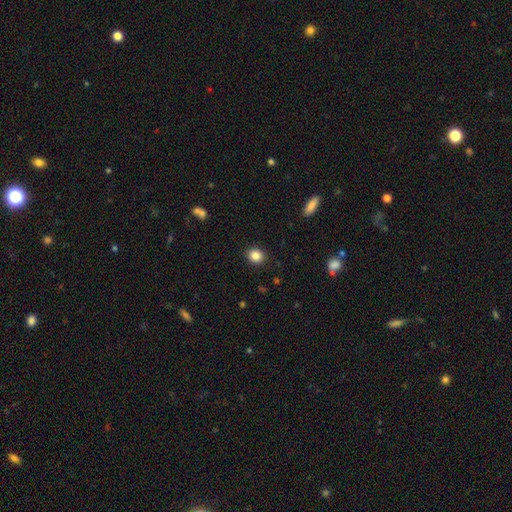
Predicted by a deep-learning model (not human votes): A smooth galaxy with no disk features (86%) that is round (73%). Merging: none (91%).